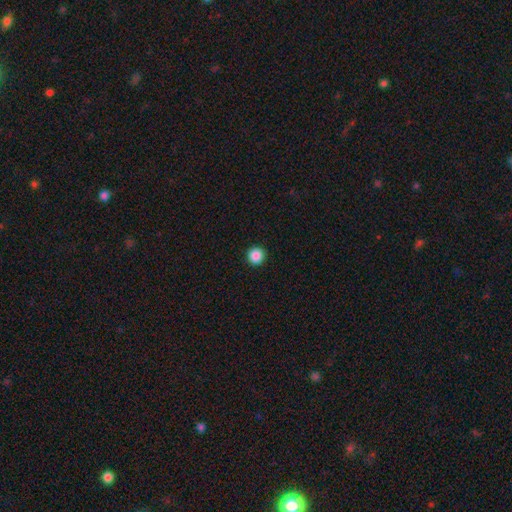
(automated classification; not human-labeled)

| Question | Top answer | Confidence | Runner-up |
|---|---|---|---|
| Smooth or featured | smooth | 88% | star or artifact (10%) |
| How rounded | round | 96% | in between (3%) |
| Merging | none | 94% | minor disturbance (4%) |